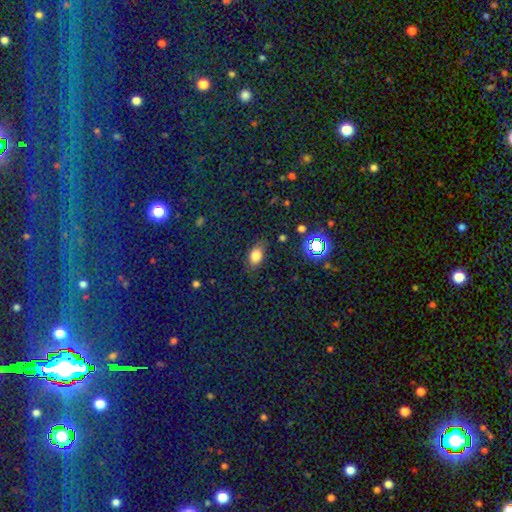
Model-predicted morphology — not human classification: Smooth or featured: smooth — 77% (star or artifact — 15%)
How rounded: in between — 79% (round — 18%)
Merging: none — 79% (minor disturbance — 15%)